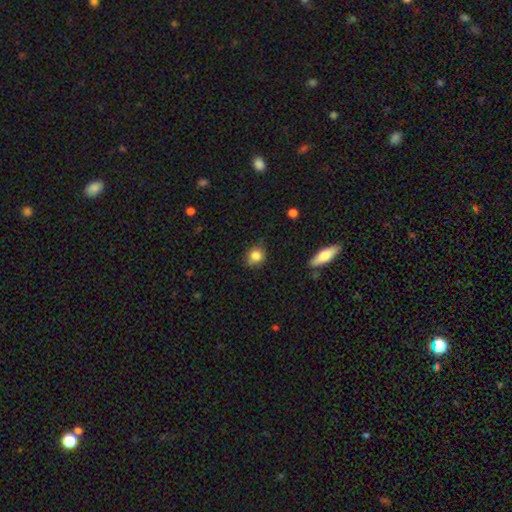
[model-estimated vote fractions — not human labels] Smooth or featured?
  - smooth: 84% *
  - star or artifact: 9%
  - featured or disk: 7%
How rounded?
  - round: 78% *
  - in between: 20%
  - cigar-shaped: 1%
Merging?
  - none: 77% *
  - minor disturbance: 18%
  - major disturbance: 3%
  - merger: 2%